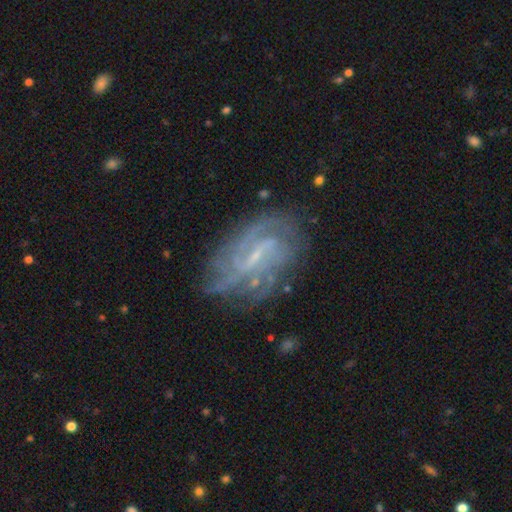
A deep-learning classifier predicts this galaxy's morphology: smooth_or_featured: featured or disk (p=0.84) [alt: smooth p=0.08]
disk_edge_on: no (p=0.96) [alt: yes p=0.04]
bar: weak (p=0.53) [alt: strong p=0.27]
has_spiral_arms: yes (p=0.93) [alt: no p=0.07]
spiral_winding: tight (p=0.46) [alt: medium p=0.39]
spiral_arm_count: can't tell (p=0.36) [alt: 2 p=0.21]
bulge_size: small (p=0.66) [alt: none p=0.19]
merging: none (p=0.69) [alt: minor disturbance p=0.18]